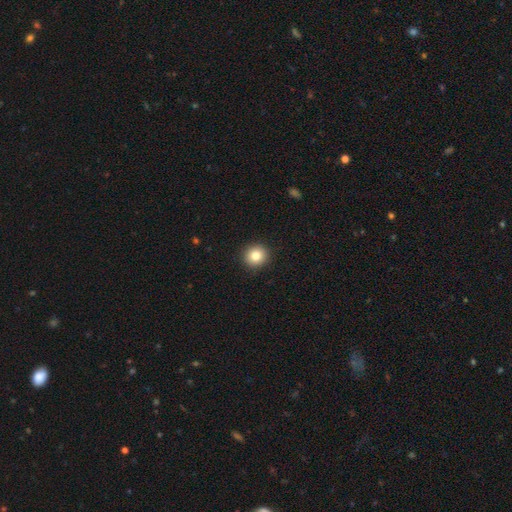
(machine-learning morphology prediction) A smooth galaxy with no disk features (83%) that is round (90%). Merging: none (92%).